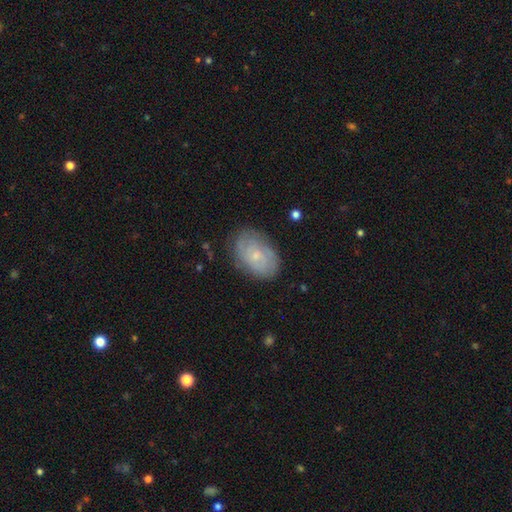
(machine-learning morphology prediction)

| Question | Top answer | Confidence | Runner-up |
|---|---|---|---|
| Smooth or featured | featured or disk | 47% | smooth (43%) |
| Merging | none | 78% | minor disturbance (16%) |